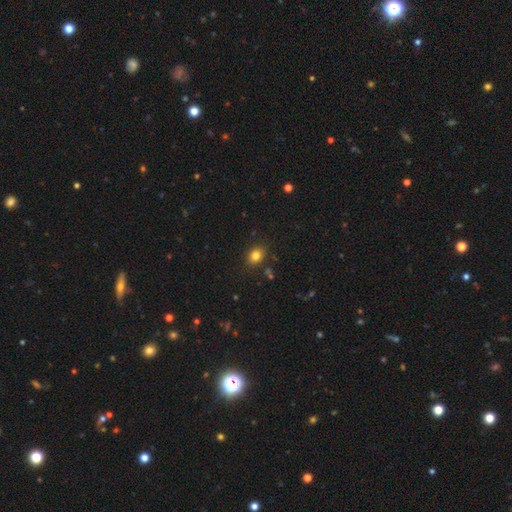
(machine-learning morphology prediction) Overall: smooth (82%). How rounded: in between (58%; round 41%). Merging: none (85%).